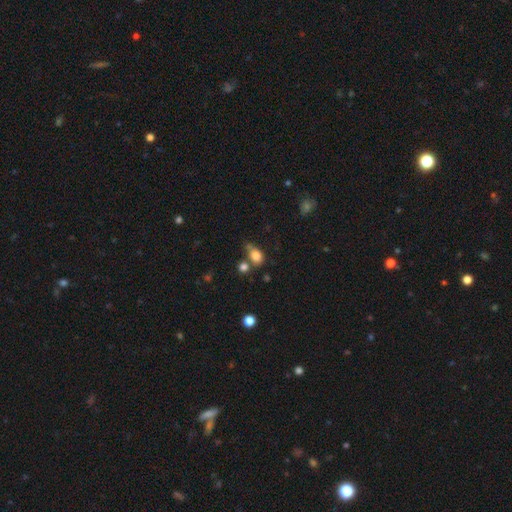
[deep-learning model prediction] Q: Smooth or featured?
A: smooth (81%); runner-up: star or artifact (11%)
Q: How rounded?
A: in between (70%); runner-up: round (28%)
Q: Merging?
A: none (46%); runner-up: minor disturbance (24%)